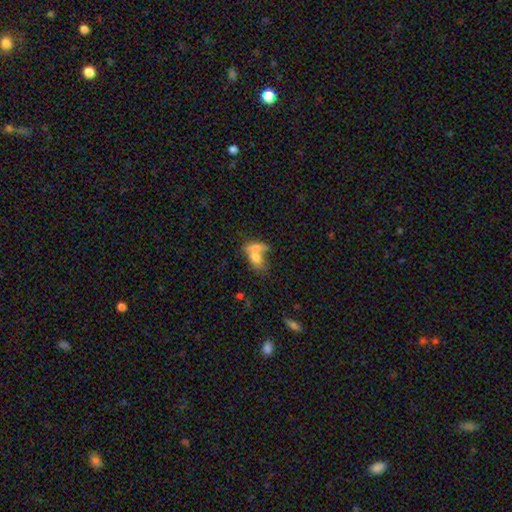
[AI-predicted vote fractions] A smooth galaxy with no disk features (73%) that is in between round and cigar-shaped (75%). Merging: merger (62%).